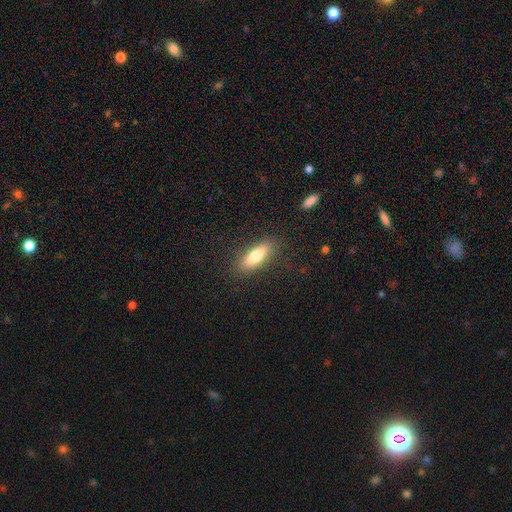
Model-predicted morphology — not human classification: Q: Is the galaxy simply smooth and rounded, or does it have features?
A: smooth — 70%.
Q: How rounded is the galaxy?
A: in between — 50%.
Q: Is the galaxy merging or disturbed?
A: none — 86%.